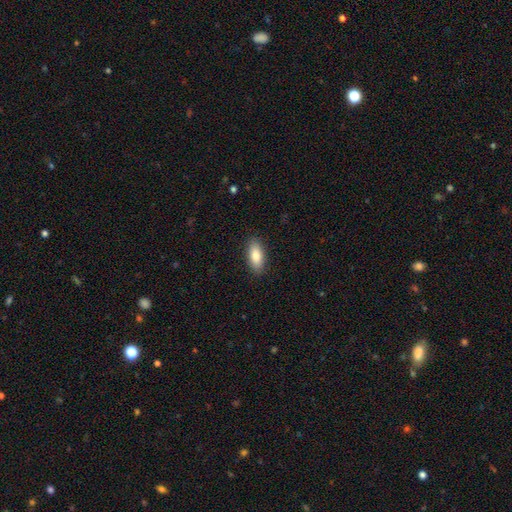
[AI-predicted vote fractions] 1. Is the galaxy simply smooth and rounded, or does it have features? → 83% smooth, 11% featured or disk, 6% star or artifact.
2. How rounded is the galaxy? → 83% in between, 14% cigar-shaped, 2% round.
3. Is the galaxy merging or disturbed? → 89% none, 8% minor disturbance, 2% major disturbance, 1% merger.